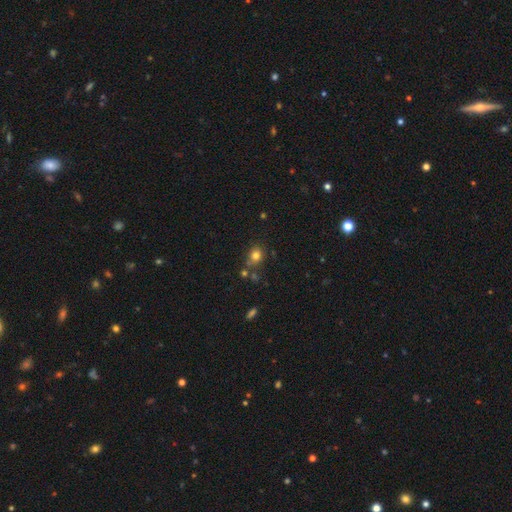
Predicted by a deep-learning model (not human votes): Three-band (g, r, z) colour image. It shows a smooth galaxy with no disk features (77%) that is round (74%). Merging: none (65%).